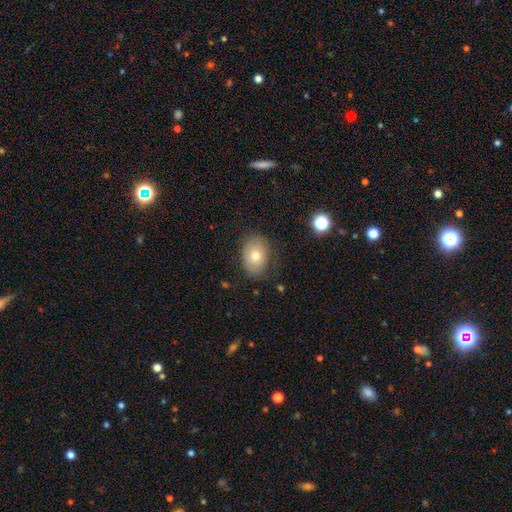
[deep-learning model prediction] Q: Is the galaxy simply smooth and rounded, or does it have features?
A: smooth — 71%.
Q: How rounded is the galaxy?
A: in between — 73%.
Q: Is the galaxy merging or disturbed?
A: none — 76%.